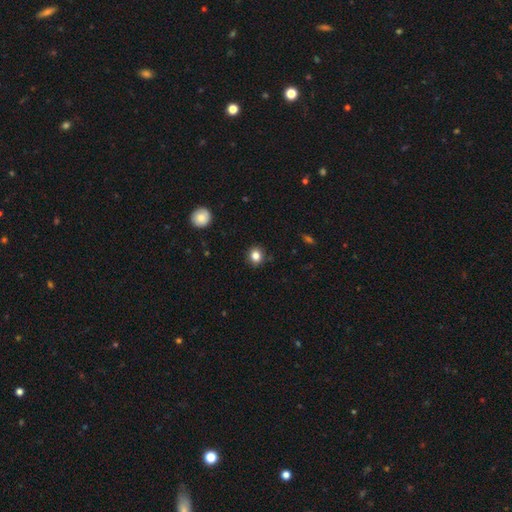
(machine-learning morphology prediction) Smooth or featured: smooth — 83% (star or artifact — 12%)
How rounded: round — 81% (in between — 18%)
Merging: none — 90% (minor disturbance — 7%)